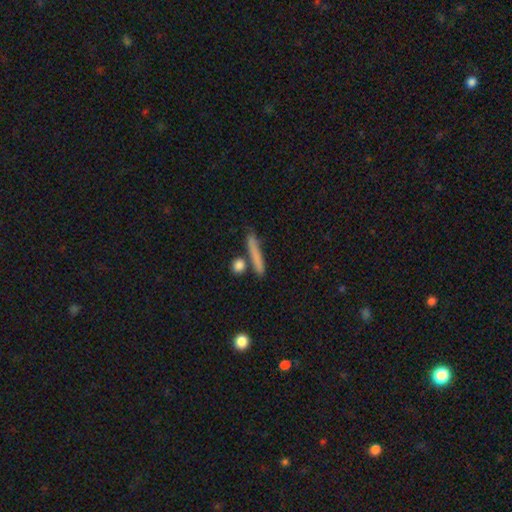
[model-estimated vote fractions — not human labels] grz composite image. It shows a smooth galaxy with no disk features (73%) that is cigar-shaped (87%). Merging: none (77%).